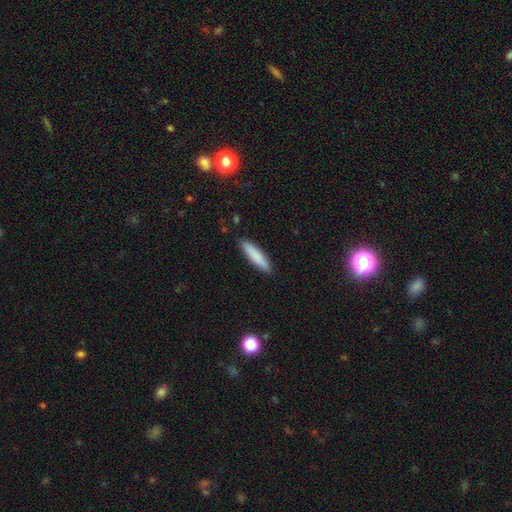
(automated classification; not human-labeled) This is clearly a smooth galaxy (84%). How rounded: clearly cigar-shaped (80%). Merging: clearly none (89%).